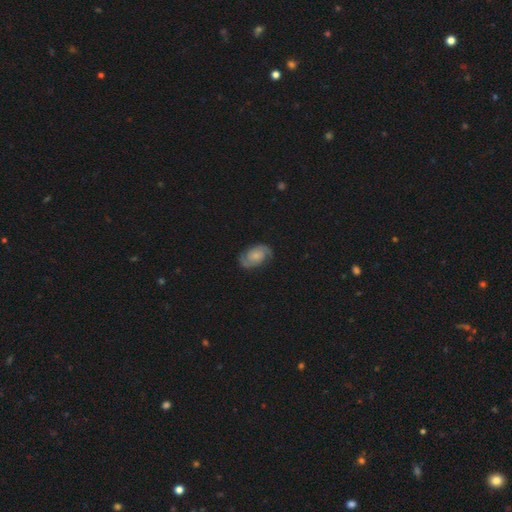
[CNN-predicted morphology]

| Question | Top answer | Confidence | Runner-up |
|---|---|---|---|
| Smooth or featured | featured or disk | 76% | smooth (17%) |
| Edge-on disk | no | 97% | yes (3%) |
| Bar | no | 65% | weak (29%) |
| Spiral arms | yes | 95% | no (5%) |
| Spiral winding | medium | 47% | tight (35%) |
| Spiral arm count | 2 | 90% | can't tell (5%) |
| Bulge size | small | 46% | moderate (30%) |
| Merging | none | 79% | minor disturbance (14%) |